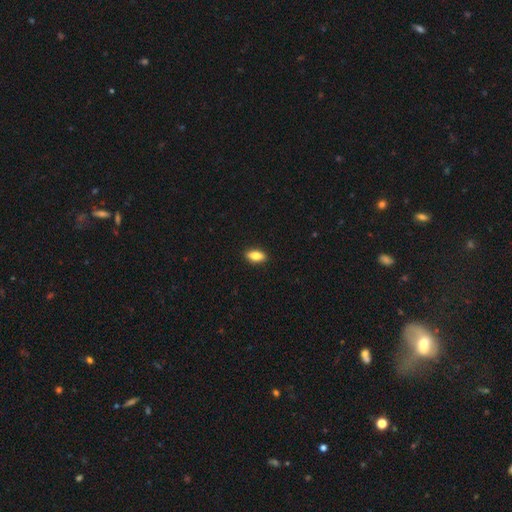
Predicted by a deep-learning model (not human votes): smooth_or_featured: smooth (p=0.80) [alt: featured or disk p=0.13]
how_rounded: in between (p=0.84) [alt: cigar-shaped p=0.12]
merging: none (p=0.90) [alt: minor disturbance p=0.07]